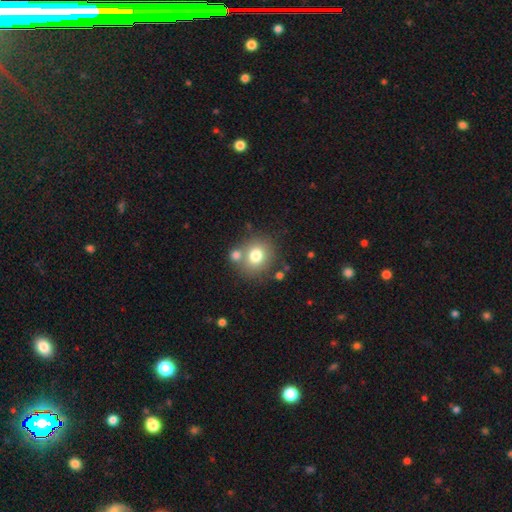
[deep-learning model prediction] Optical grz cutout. It shows a smooth galaxy with no disk features (75%) that is round (78%). Merging: none (65%).